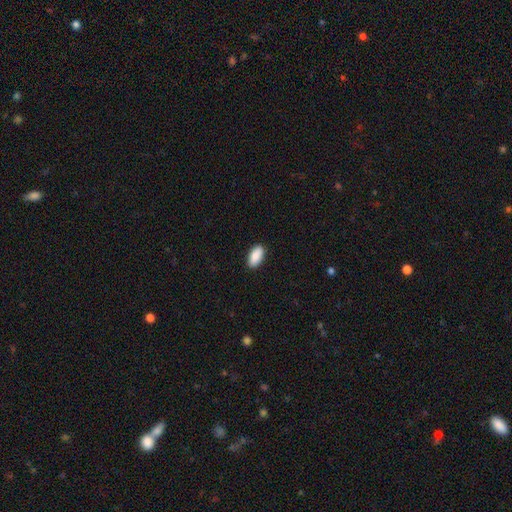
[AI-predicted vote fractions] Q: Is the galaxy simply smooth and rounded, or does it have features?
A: smooth — 90%.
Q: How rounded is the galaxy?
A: in between — 92%.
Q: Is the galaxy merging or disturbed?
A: none — 89%.